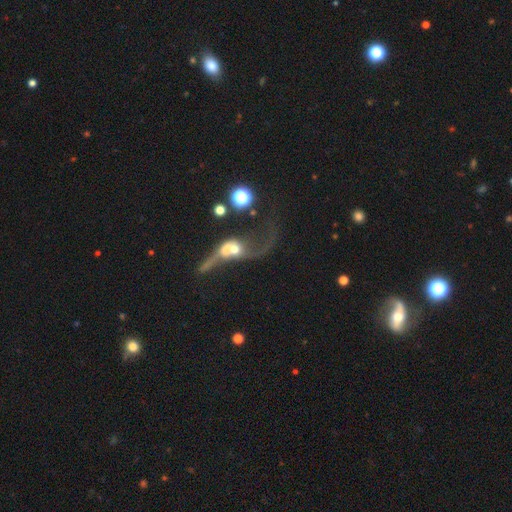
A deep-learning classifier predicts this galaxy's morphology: A featured or disk galaxy (69%) with no bar (57%), spiral arms (80%) and a moderate central bulge (49%).

Vote fractions:
- Smooth or featured? featured or disk: 69% / star or artifact: 17% / smooth: 15%
- Edge-on disk? no: 83% / yes: 17%
- Bar? no: 57% / weak: 28% / strong: 15%
- Spiral arms? yes: 80% / no: 20%
- Bulge size? moderate: 49% / large: 24% / small: 16% / dominant: 7% / none: 4%
- Merging? none: 40% / major disturbance: 25% / merger: 21% / minor disturbance: 14%